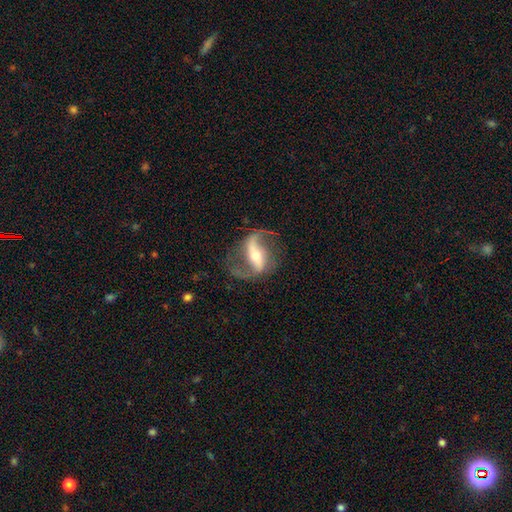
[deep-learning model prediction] Overall: featured or disk (89%). Edge-on disk: no (94%). Bar: strong (58%; weak 26%). Spiral arms: yes (95%). Spiral arm count: 2 (91%). Spiral winding: loose (67%; medium 27%). Bulge size: moderate (56%; small 36%). Merging: none (73%).